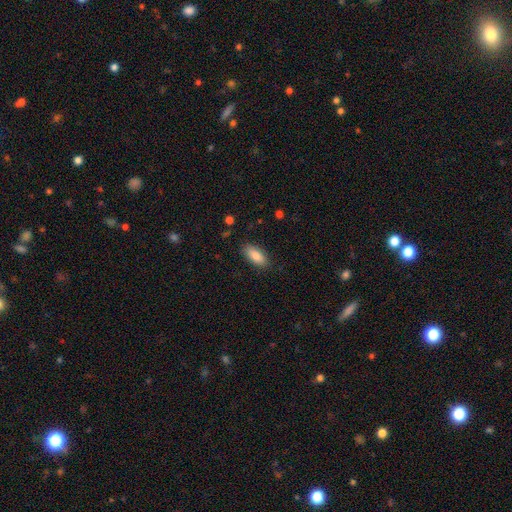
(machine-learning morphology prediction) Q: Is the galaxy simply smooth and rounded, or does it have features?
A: smooth — 86%.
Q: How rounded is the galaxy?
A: in between — 85%.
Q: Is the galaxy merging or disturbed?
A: none — 86%.